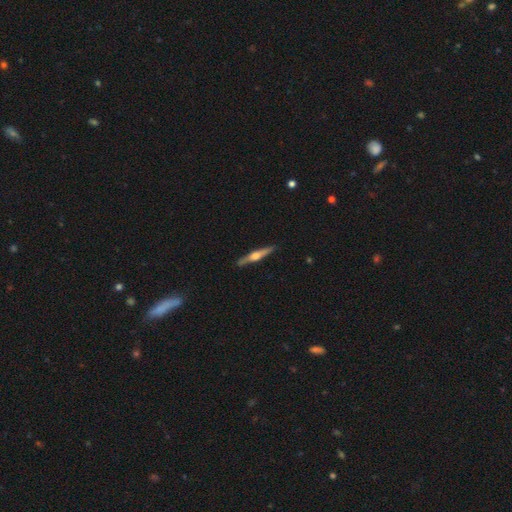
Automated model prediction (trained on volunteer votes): A featured or disk galaxy (70%) viewed edge-on (97%) with a rounded central bulge (90%).

Vote fractions:
- Smooth or featured? featured or disk: 70% / smooth: 25% / star or artifact: 5%
- Edge-on disk? yes: 97% / no: 3%
- Edge-on bulge? rounded: 90% / boxy: 6% / none: 4%
- Merging? none: 89% / minor disturbance: 8% / major disturbance: 2% / merger: 1%